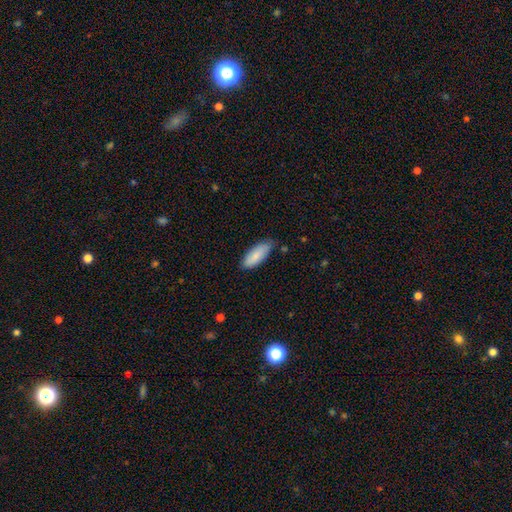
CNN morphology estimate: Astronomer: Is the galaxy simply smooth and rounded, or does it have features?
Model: smooth — 84%.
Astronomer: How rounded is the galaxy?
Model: in between — 78%.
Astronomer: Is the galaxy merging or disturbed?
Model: none — 72%.